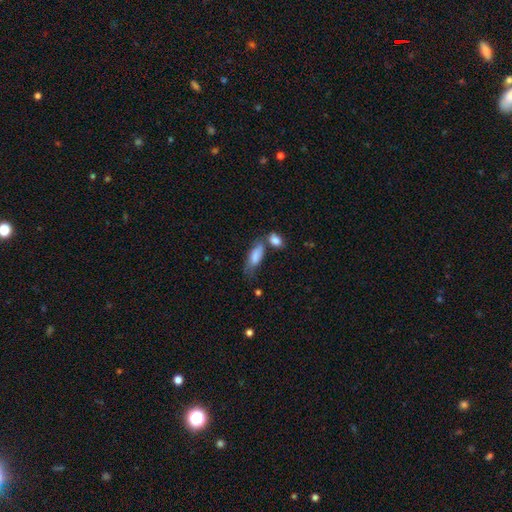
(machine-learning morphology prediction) A smooth galaxy with no disk features (79%) that is in between round and cigar-shaped (78%). Merging: none (43%).